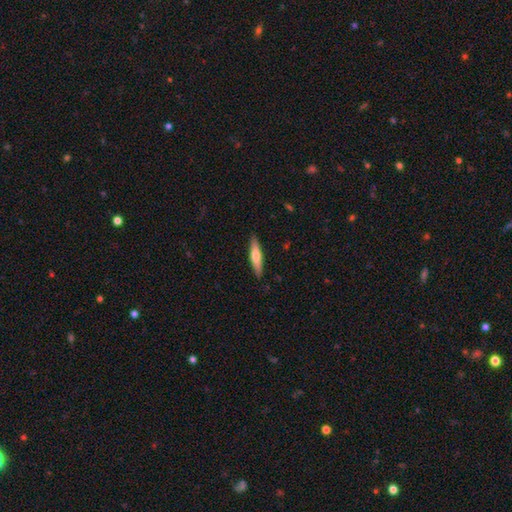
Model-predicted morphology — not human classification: type=smooth (59%); roundness=cigar-shaped (82%); merging=none (88%).